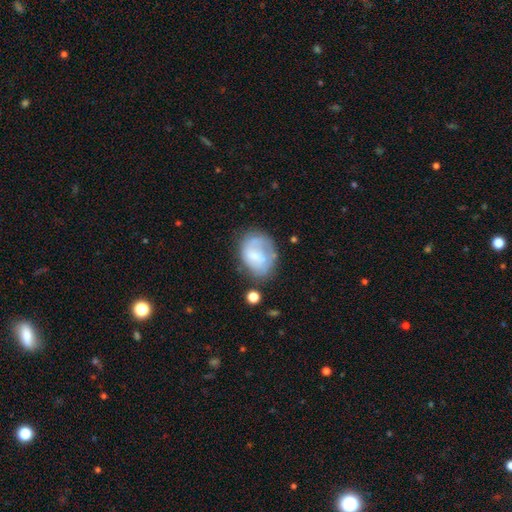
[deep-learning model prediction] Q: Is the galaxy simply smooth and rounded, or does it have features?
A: smooth — 49%.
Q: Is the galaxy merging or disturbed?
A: none — 47%.